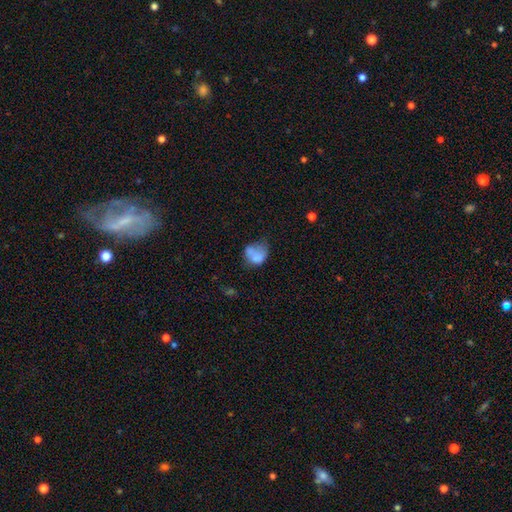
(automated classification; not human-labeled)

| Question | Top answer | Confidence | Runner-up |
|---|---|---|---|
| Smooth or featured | smooth | 67% | featured or disk (23%) |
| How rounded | in between | 52% | round (46%) |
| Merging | none | 27% | merger (26%) |